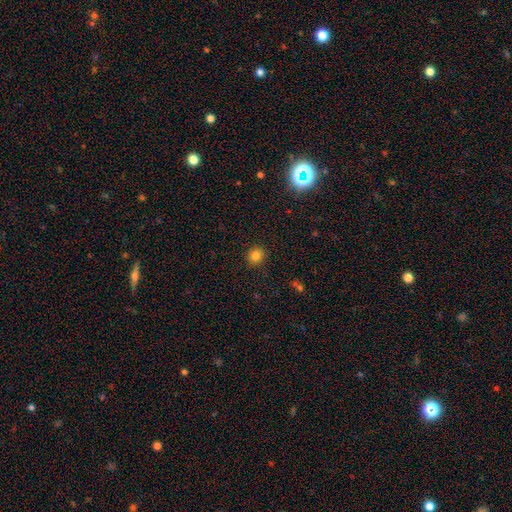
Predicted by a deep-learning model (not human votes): A smooth galaxy with no disk features (83%) that is round (84%).

Vote fractions:
- Smooth or featured? smooth: 83% / star or artifact: 12% / featured or disk: 5%
- How rounded? round: 84% / in between: 15% / cigar-shaped: 1%
- Merging? none: 90% / minor disturbance: 7% / major disturbance: 2% / merger: 1%